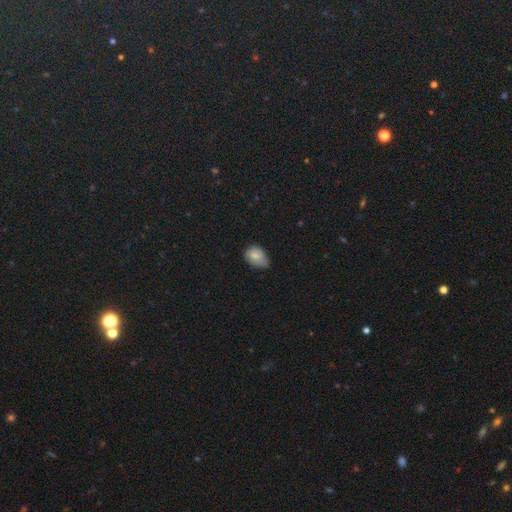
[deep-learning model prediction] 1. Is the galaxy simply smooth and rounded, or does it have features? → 78% smooth, 13% featured or disk, 9% star or artifact.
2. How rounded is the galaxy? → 74% in between, 25% round, 1% cigar-shaped.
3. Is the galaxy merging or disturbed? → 47% minor disturbance, 40% none, 11% major disturbance, 2% merger.